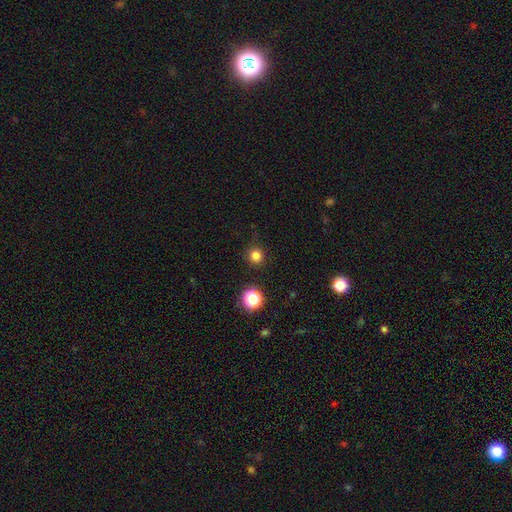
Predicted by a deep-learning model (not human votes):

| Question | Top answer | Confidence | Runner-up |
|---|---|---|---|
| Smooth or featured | smooth | 81% | star or artifact (16%) |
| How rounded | round | 95% | in between (4%) |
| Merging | none | 88% | minor disturbance (8%) |